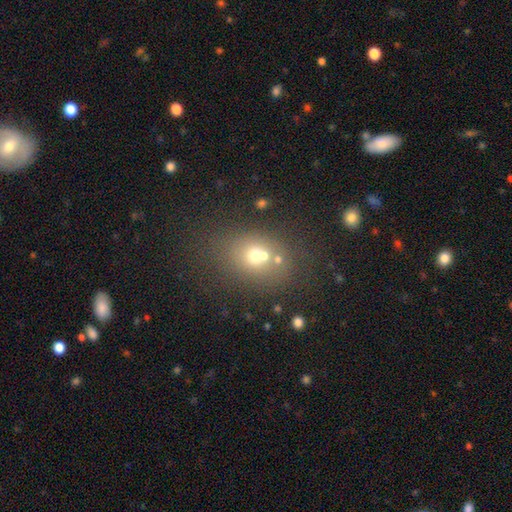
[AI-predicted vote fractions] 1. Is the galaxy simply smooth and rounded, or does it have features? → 61% smooth, 20% featured or disk, 19% star or artifact.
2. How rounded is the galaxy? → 55% round, 43% in between, 1% cigar-shaped.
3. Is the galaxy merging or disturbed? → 52% none, 32% merger, 11% minor disturbance, 6% major disturbance.